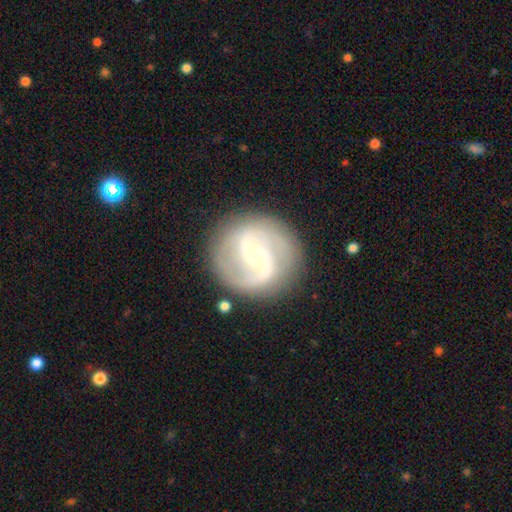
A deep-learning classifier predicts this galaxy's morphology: Smooth or featured? Predicted: featured or disk (p=0.82). Edge-on disk? Predicted: no (p=0.97). Bar? Predicted: weak (p=0.47). Spiral arms? Predicted: yes (p=0.92). Spiral winding? Predicted: medium (p=0.48). Spiral arm count? Predicted: 2 (p=0.84). Bulge size? Predicted: moderate (p=0.56). Merging? Predicted: none (p=0.84).